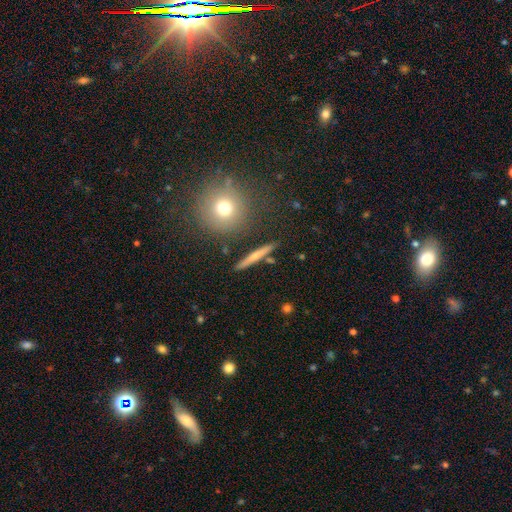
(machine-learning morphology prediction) This is possibly a smooth galaxy (46%). Merging: clearly none (88%).